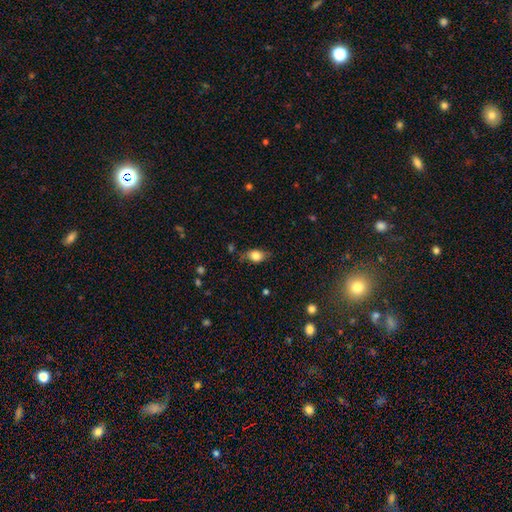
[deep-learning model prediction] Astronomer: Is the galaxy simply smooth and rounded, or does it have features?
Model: smooth — 79%.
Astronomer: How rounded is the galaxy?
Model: in between — 74%.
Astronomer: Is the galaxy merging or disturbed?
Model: none — 68%.